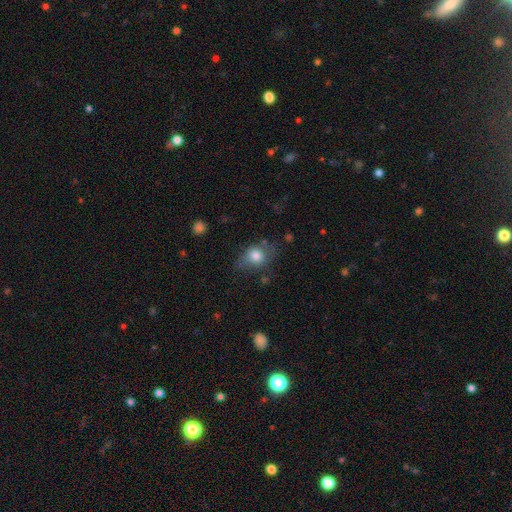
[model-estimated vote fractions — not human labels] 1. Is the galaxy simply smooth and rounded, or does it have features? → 75% smooth, 15% featured or disk, 9% star or artifact.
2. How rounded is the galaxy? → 53% in between, 45% round, 2% cigar-shaped.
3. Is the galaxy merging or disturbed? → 55% none, 28% minor disturbance, 13% major disturbance, 3% merger.